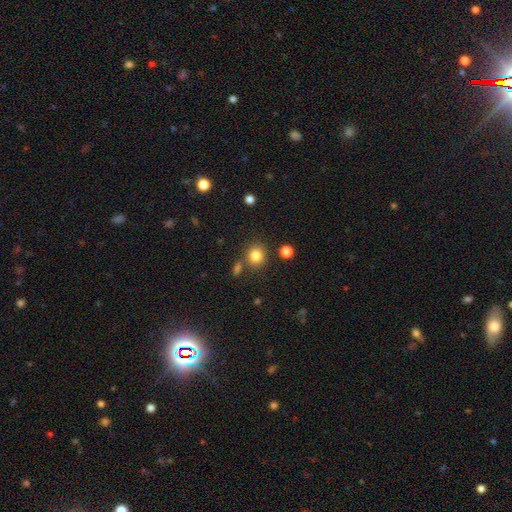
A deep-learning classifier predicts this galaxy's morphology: A smooth galaxy with no disk features (82%) that is round (84%).

Vote fractions:
- Smooth or featured? smooth: 82% / star or artifact: 12% / featured or disk: 6%
- How rounded? round: 84% / in between: 15% / cigar-shaped: 1%
- Merging? none: 76% / merger: 10% / minor disturbance: 10% / major disturbance: 4%